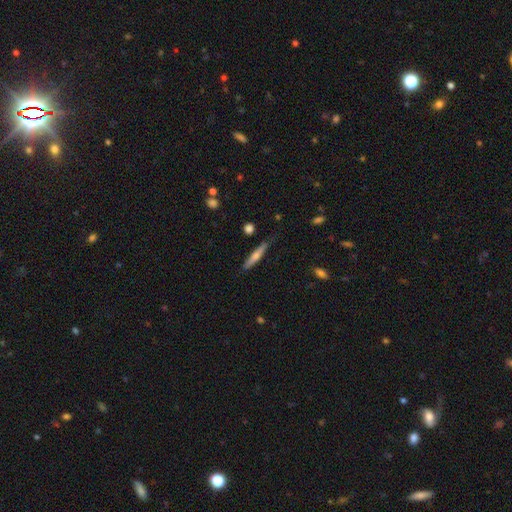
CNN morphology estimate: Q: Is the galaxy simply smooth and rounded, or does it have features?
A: featured or disk — 48%.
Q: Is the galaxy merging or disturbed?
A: none — 82%.